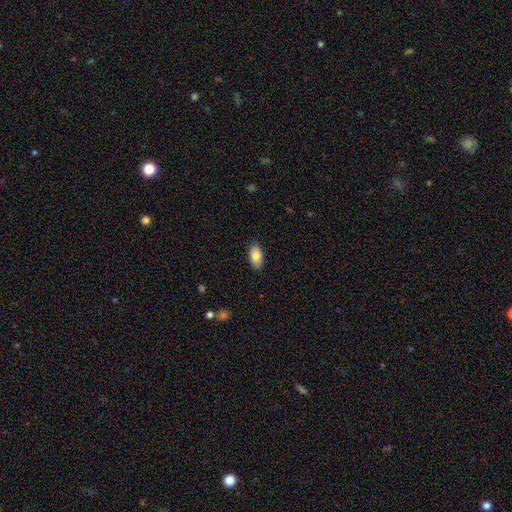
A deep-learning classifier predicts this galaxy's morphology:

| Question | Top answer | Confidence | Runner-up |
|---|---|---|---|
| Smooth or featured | smooth | 84% | featured or disk (9%) |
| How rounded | in between | 93% | cigar-shaped (4%) |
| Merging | none | 86% | minor disturbance (11%) |